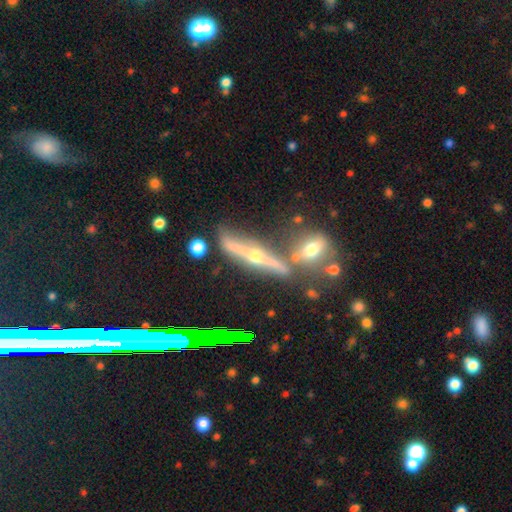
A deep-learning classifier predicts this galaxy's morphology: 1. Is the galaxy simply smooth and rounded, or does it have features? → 71% featured or disk, 17% smooth, 12% star or artifact.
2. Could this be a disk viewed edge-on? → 87% yes, 13% no.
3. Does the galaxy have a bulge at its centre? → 92% rounded, 5% none, 3% boxy.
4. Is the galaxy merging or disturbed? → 60% none, 21% merger, 14% minor disturbance, 6% major disturbance.